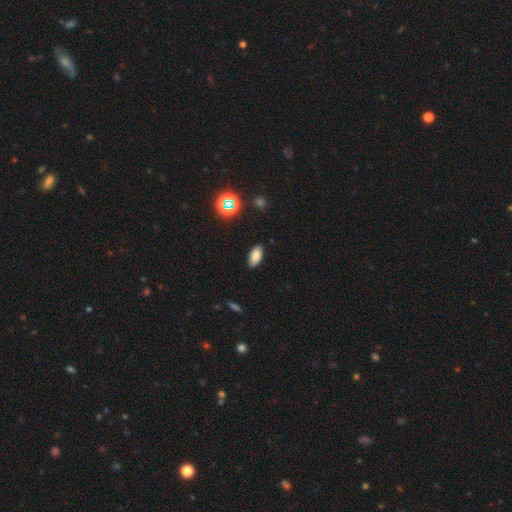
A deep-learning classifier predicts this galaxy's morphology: Smooth or featured? Predicted: smooth (p=0.82). How rounded? Predicted: in between (p=0.92). Merging? Predicted: none (p=0.87).